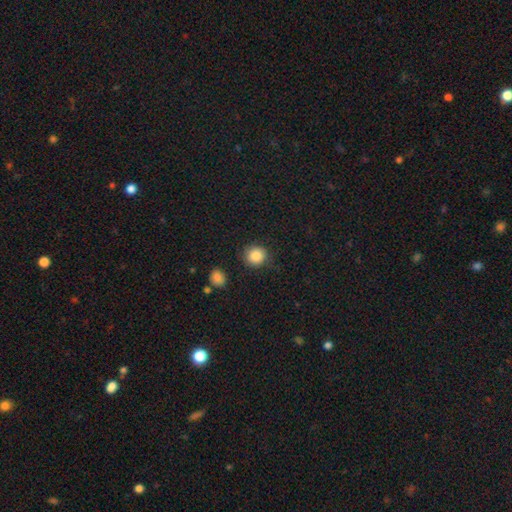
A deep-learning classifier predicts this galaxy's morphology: A smooth galaxy with no disk features (87%) that is round (90%).

Vote fractions:
- Smooth or featured? smooth: 87% / star or artifact: 9% / featured or disk: 4%
- How rounded? round: 90% / in between: 9% / cigar-shaped: 1%
- Merging? none: 85% / minor disturbance: 10% / major disturbance: 3% / merger: 2%